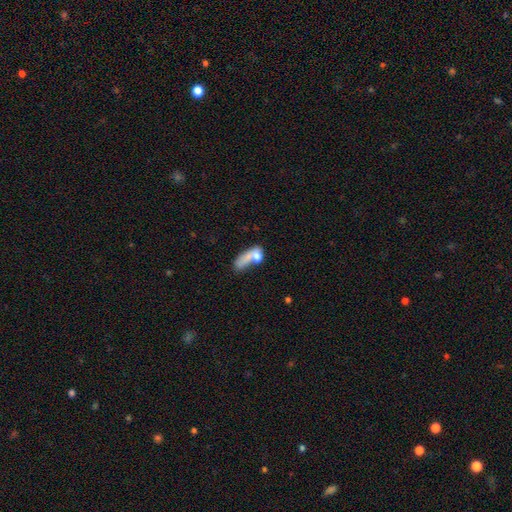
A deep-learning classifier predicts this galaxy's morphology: Smooth or featured?
  - smooth: 69% *
  - featured or disk: 22%
  - star or artifact: 9%
How rounded?
  - in between: 62% *
  - cigar-shaped: 24%
  - round: 14%
Merging?
  - merger: 45% *
  - major disturbance: 22%
  - none: 21%
  - minor disturbance: 12%